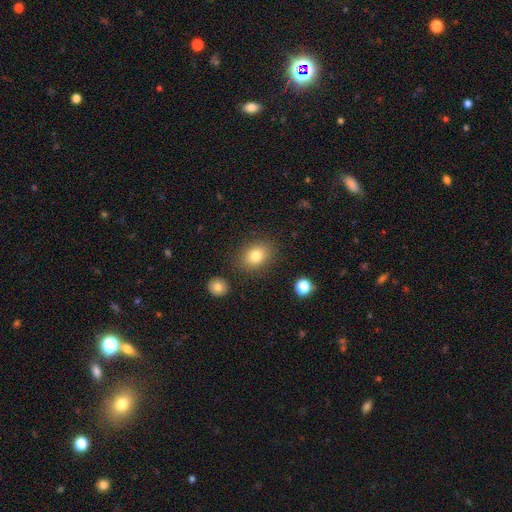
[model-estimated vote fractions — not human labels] Smooth or featured? Predicted: smooth (p=0.80). How rounded? Predicted: in between (p=0.55). Merging? Predicted: none (p=0.83).